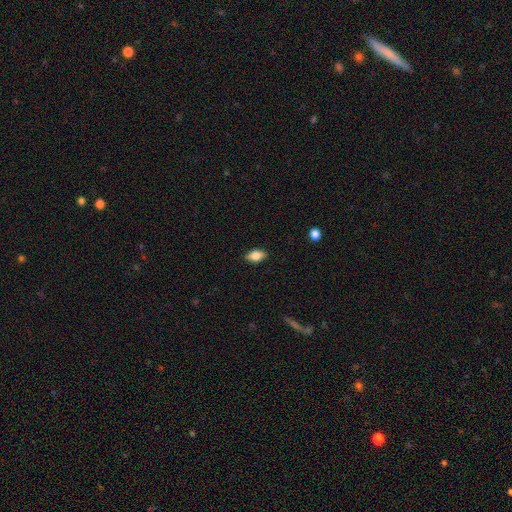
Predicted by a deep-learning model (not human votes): The model was most divided on "smooth or featured": smooth: 79%, featured or disk: 13%, star or artifact: 8%. More confident: how rounded — in between (88%); merging — none (86%).